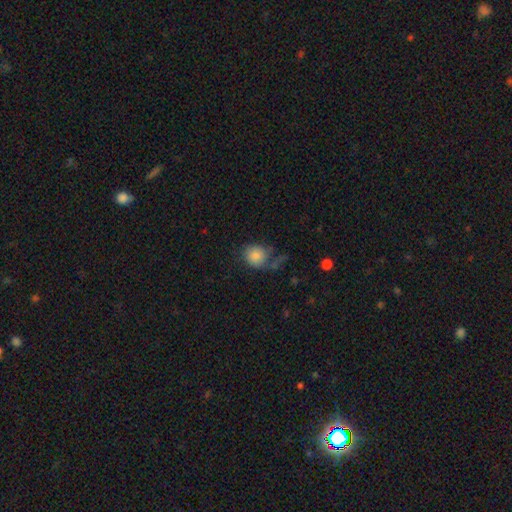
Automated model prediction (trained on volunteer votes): This appears to be a smooth galaxy with no disk features (83%) that is round (76%). Merging: none (51%).